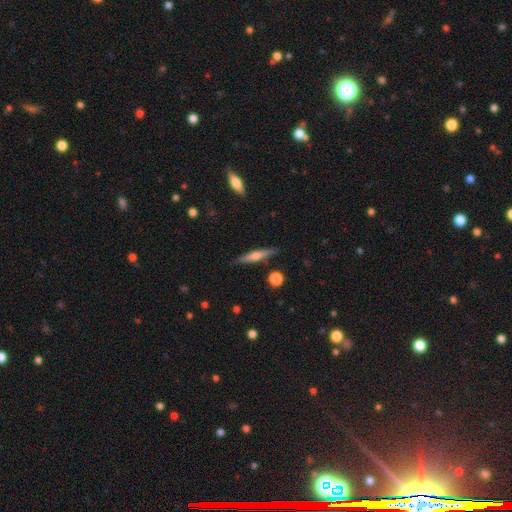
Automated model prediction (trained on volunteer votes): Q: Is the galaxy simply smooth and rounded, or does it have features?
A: featured or disk — 48%.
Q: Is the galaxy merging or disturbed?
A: none — 88%.